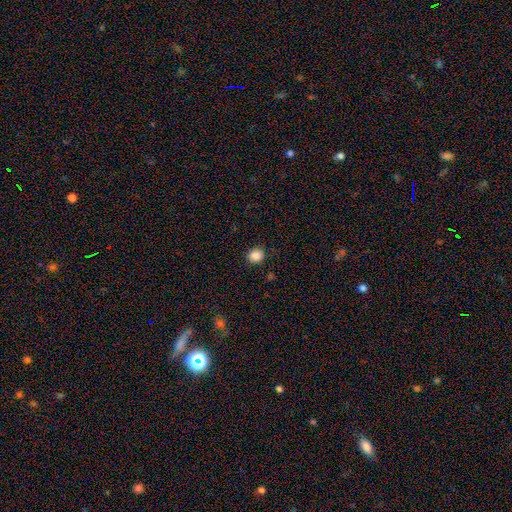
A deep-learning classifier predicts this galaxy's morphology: Smooth or featured?
  - smooth: 87% *
  - star or artifact: 10%
  - featured or disk: 3%
How rounded?
  - round: 74% *
  - in between: 25%
  - cigar-shaped: 1%
Merging?
  - none: 87% *
  - minor disturbance: 10%
  - major disturbance: 2%
  - merger: 1%